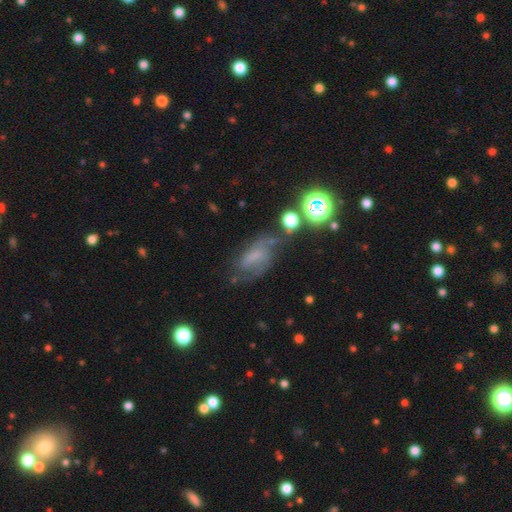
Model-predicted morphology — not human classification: Smooth or featured?
  - featured or disk: 55% *
  - smooth: 27%
  - star or artifact: 18%
Edge-on disk?
  - no: 94% *
  - yes: 6%
Bar?
  - no: 48% *
  - weak: 37%
  - strong: 14%
Spiral arms?
  - yes: 77% *
  - no: 23%
Bulge size?
  - none: 54% *
  - small: 22%
  - moderate: 16%
  - large: 6%
  - dominant: 2%
Merging?
  - none: 46% *
  - minor disturbance: 25%
  - major disturbance: 22%
  - merger: 7%